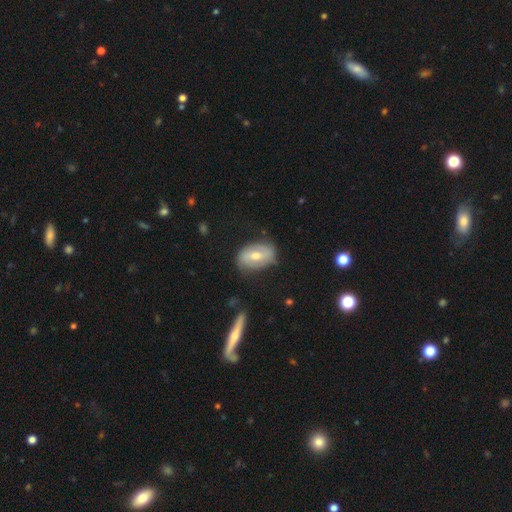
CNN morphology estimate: A featured or disk galaxy (48%).

Vote fractions:
- Smooth or featured? featured or disk: 48% / smooth: 46% / star or artifact: 6%
- Merging? none: 71% / minor disturbance: 21% / major disturbance: 6% / merger: 2%